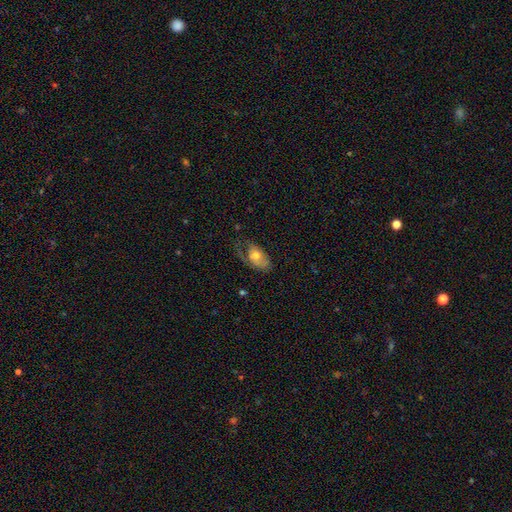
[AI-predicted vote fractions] Smooth or featured?
  - smooth: 55% *
  - featured or disk: 38%
  - star or artifact: 7%
How rounded?
  - in between: 90% *
  - round: 7%
  - cigar-shaped: 3%
Merging?
  - none: 36% *
  - major disturbance: 32%
  - minor disturbance: 30%
  - merger: 2%